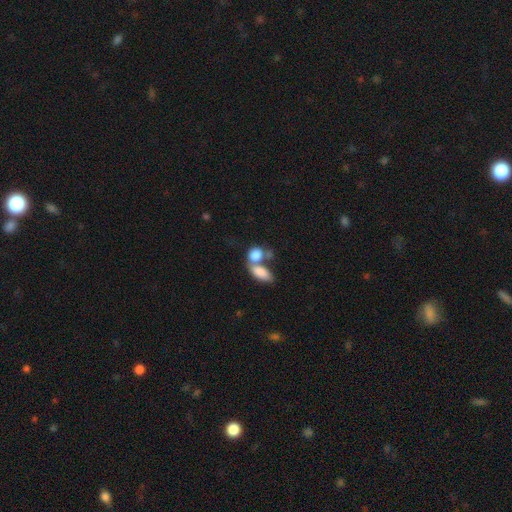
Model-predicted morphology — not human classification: A smooth galaxy with no disk features (82%) that is in between round and cigar-shaped (74%). Merging: merger (61%).